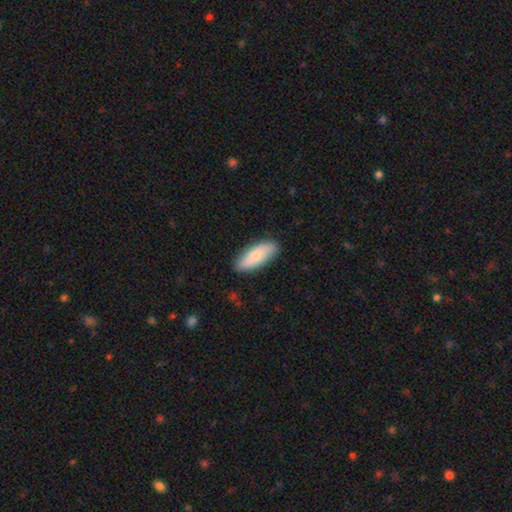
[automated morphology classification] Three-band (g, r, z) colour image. It shows a smooth galaxy with no disk features (71%) that is in between round and cigar-shaped (75%). Merging: none (86%).